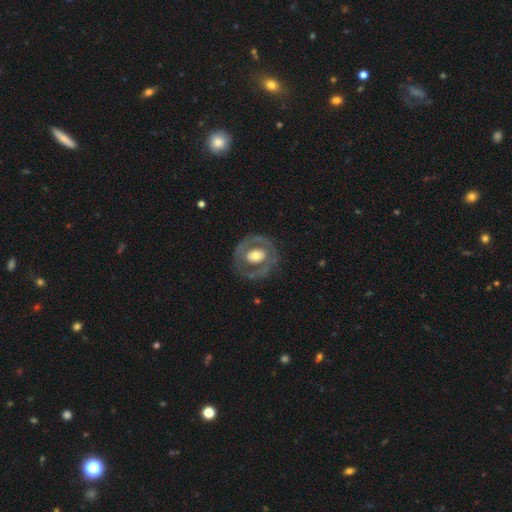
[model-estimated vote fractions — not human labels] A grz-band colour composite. It shows a featured or disk galaxy (61%) with no bar (74%), no spiral arms (76%) and a moderate central bulge (57%). Merging: none (73%).